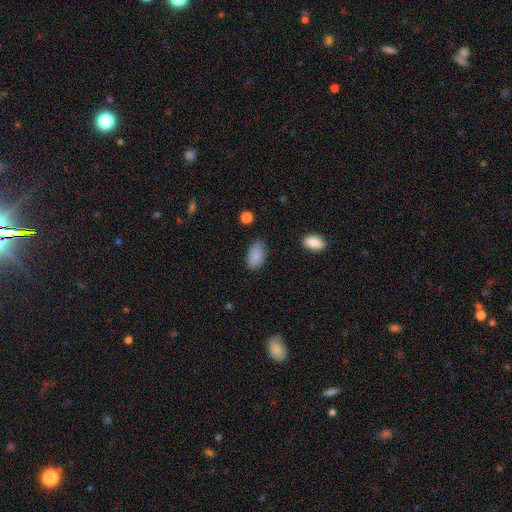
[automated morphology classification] Smooth or featured? Predicted: smooth (p=0.87). How rounded? Predicted: in between (p=0.93). Merging? Predicted: none (p=0.72).